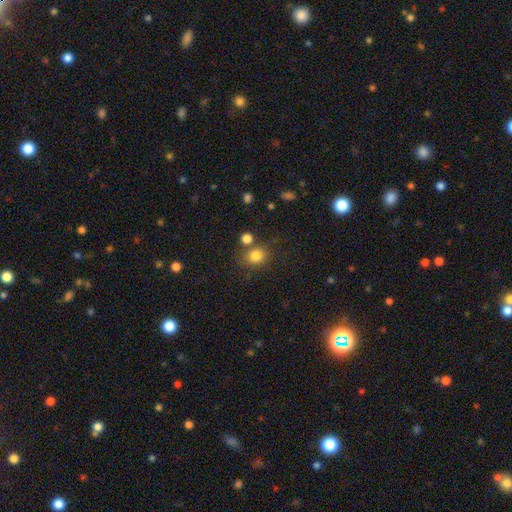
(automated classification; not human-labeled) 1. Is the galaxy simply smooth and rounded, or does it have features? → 81% smooth, 12% star or artifact, 7% featured or disk.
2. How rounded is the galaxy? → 71% round, 28% in between, 1% cigar-shaped.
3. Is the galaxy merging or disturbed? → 68% none, 15% merger, 12% minor disturbance, 4% major disturbance.